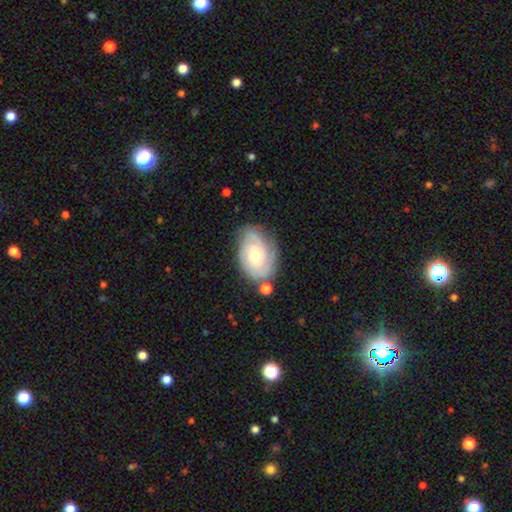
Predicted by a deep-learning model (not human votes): This appears to be a featured or disk galaxy (73%) with no bar (72%), 3 (32%) tight (61%) spiral arms (92%) and a moderate central bulge (66%). Merging: none (70%).